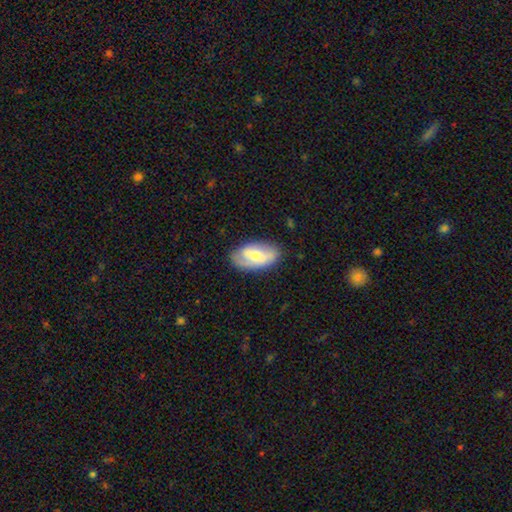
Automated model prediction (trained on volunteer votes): Smooth or featured? featured or disk (56%)
Edge-on disk? no (93%)
Bar? weak (42%)
Spiral arms? yes (71%)
Bulge size? moderate (48%)
Merging? none (76%)